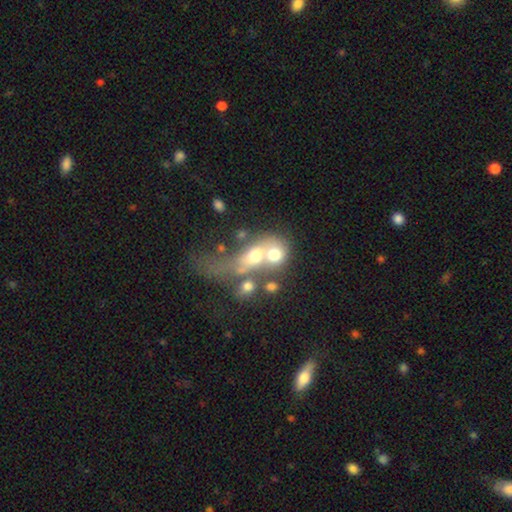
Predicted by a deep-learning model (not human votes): Smooth or featured? Predicted: smooth (p=0.45). Merging? Predicted: merger (p=0.60).